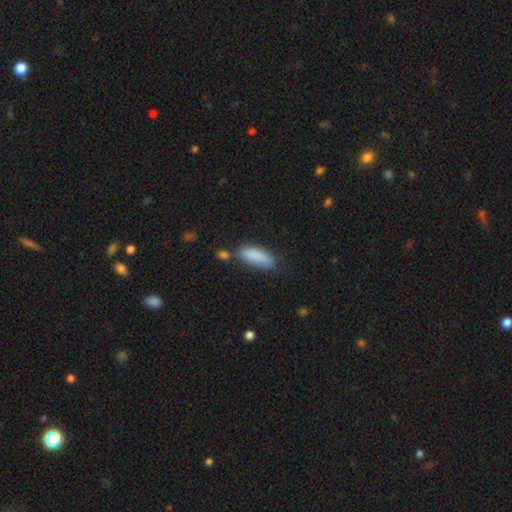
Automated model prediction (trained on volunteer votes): smooth-or-featured: smooth: 87% | star or artifact: 7% | featured or disk: 6%
  how-rounded: in between: 63% | cigar-shaped: 35% | round: 2%
  merging: none: 63% | minor disturbance: 21% | merger: 10% | major disturbance: 6%